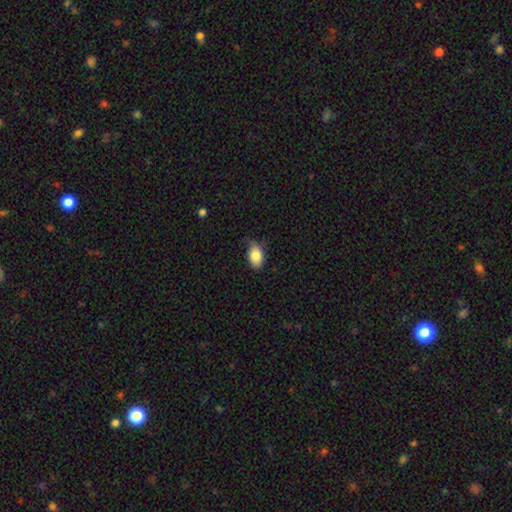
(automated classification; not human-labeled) Morphology: type=smooth (84%); roundness=in between (88%); merging=none (61%).